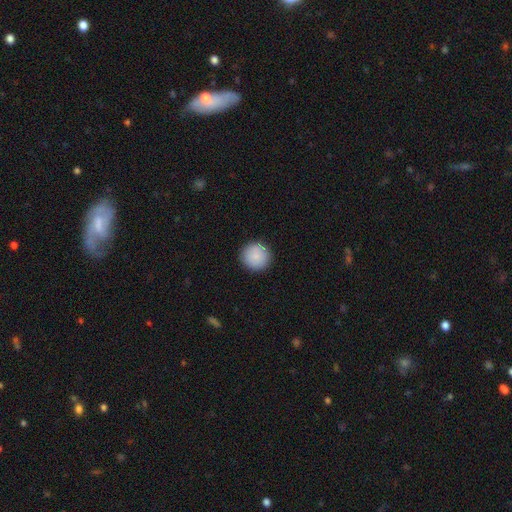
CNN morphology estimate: smooth 89%, star or artifact 7%, featured or disk 4%. Down the decision tree: how rounded — round (95%); merging — none (92%).